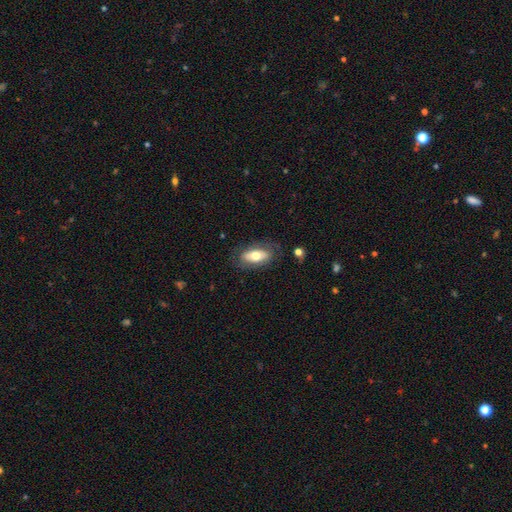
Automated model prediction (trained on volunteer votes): Overall: smooth (59%; featured or disk 34%). How rounded: in between (87%). Merging: none (75%).